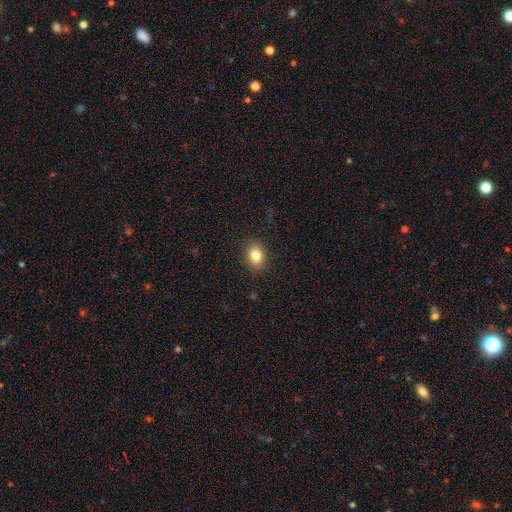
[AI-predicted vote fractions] smooth 82%, star or artifact 10%, featured or disk 8%. Down the decision tree: how rounded — in between (63%); merging — none (89%).